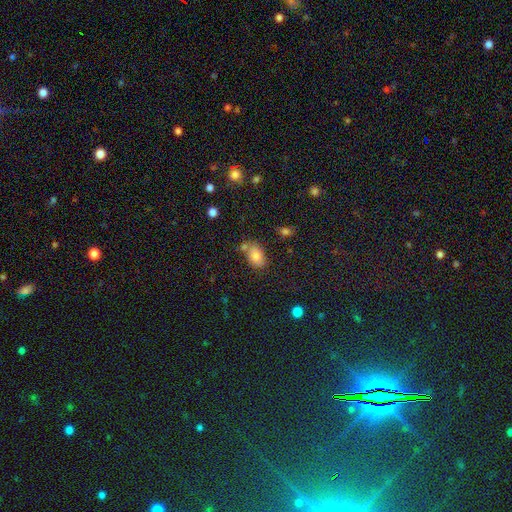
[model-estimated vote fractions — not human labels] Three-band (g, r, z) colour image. It shows a smooth galaxy with no disk features (80%) that is in between round and cigar-shaped (86%). Merging: none (64%).